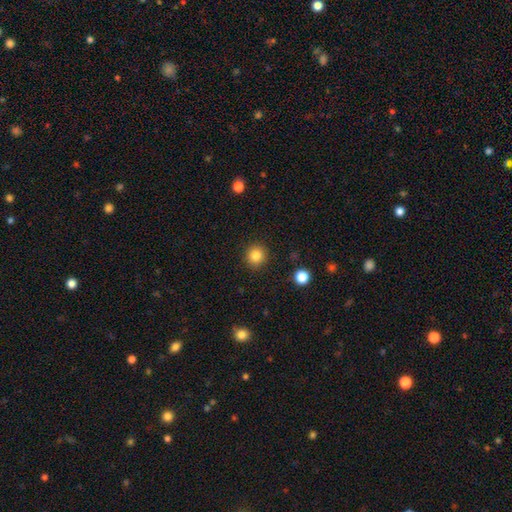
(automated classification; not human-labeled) This appears to be a smooth galaxy with no disk features (84%) that is round (92%). Merging: none (91%).